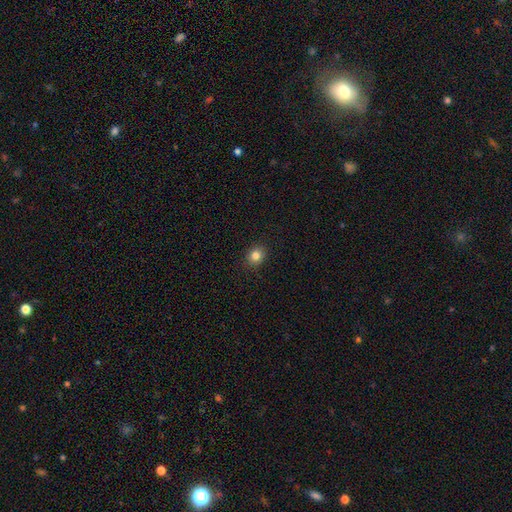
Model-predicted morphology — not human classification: The model was most divided on "how rounded": round: 64%, in between: 35%, cigar-shaped: 1%. More confident: merging — none (90%); smooth or featured — smooth (83%).